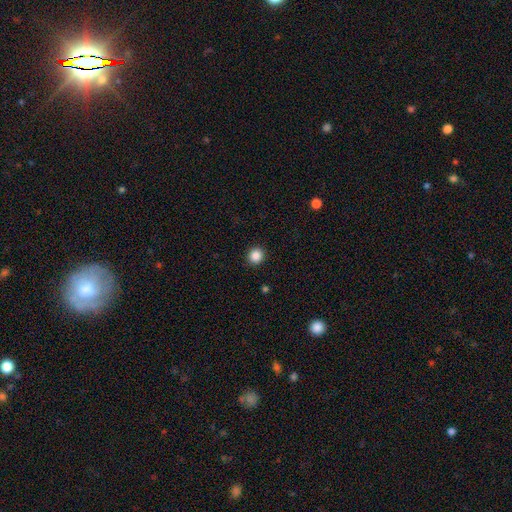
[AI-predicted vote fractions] Smooth or featured?
  - smooth: 87% *
  - star or artifact: 10%
  - featured or disk: 3%
How rounded?
  - round: 93% *
  - in between: 6%
  - cigar-shaped: 1%
Merging?
  - none: 92% *
  - minor disturbance: 5%
  - major disturbance: 2%
  - merger: 1%